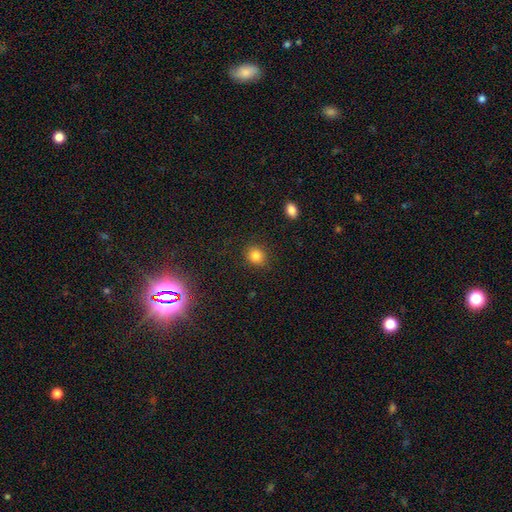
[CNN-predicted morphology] A smooth galaxy with no disk features (83%) that is round (77%). Merging: none (88%).